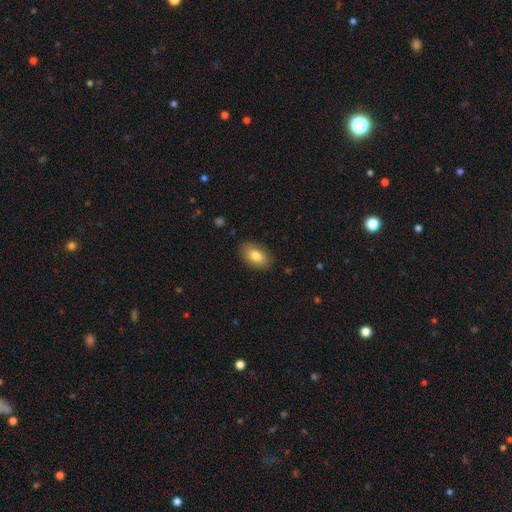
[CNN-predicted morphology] type=smooth (82%); roundness=in between (92%); merging=none (86%).